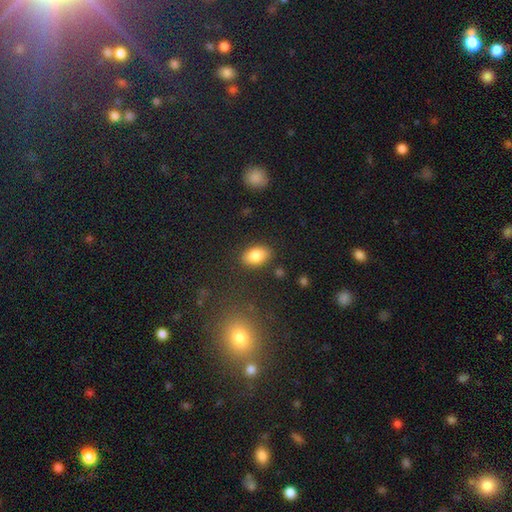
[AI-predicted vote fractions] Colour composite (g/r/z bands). It shows a smooth galaxy with no disk features (84%) that is in between round and cigar-shaped (89%). Merging: none (86%).